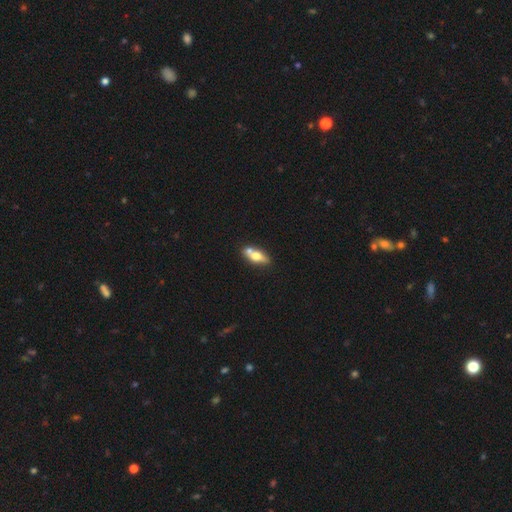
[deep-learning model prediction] smooth-or-featured: smooth: 55% | featured or disk: 37% | star or artifact: 7%
  how-rounded: in between: 70% | cigar-shaped: 21% | round: 9%
  merging: none: 49% | merger: 34% | minor disturbance: 12% | major disturbance: 4%